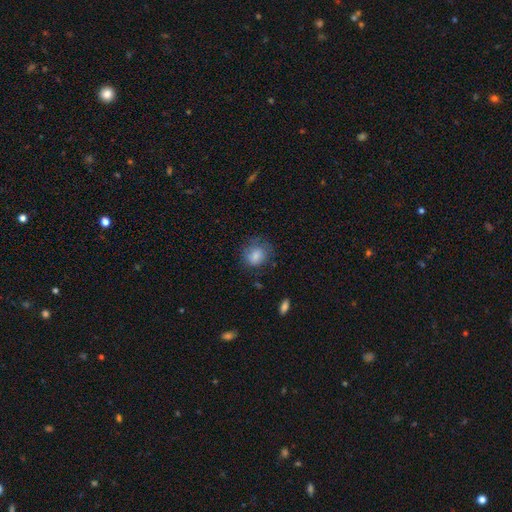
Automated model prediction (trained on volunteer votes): Smooth or featured? smooth (80%)
How rounded? round (61%)
Merging? none (61%)